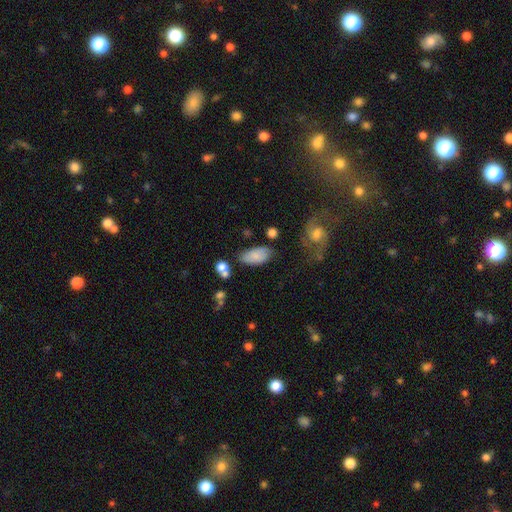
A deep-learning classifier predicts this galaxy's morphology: This appears to be a smooth galaxy with no disk features (81%) that is in between round and cigar-shaped (92%). Merging: none (68%).